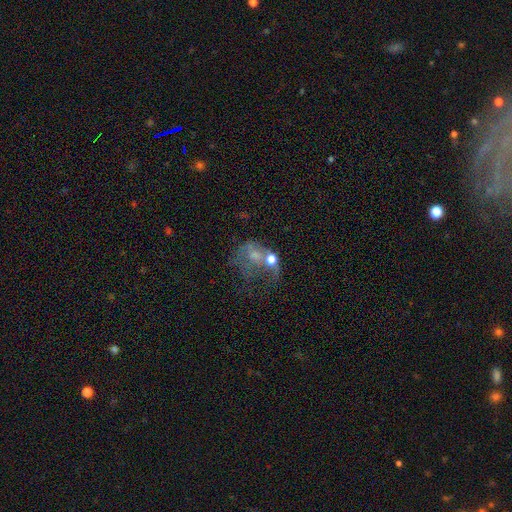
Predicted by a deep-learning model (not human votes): The model was most divided on "smooth or featured": featured or disk: 47%, smooth: 37%, star or artifact: 16%. Remaining: merging — major disturbance (40%).